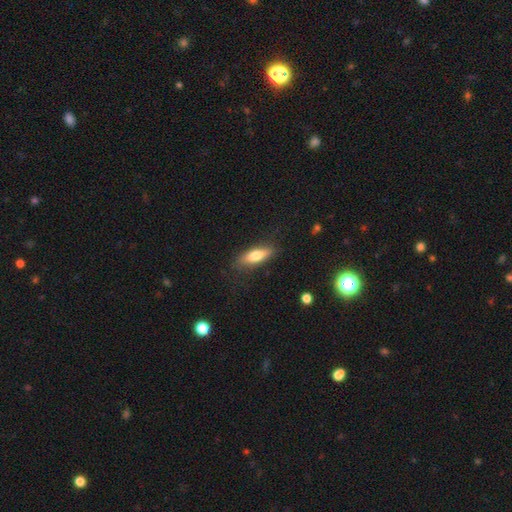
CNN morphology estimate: smooth 71%, featured or disk 23%, star or artifact 6%. Down the decision tree: how rounded — in between (51%); merging — none (80%).